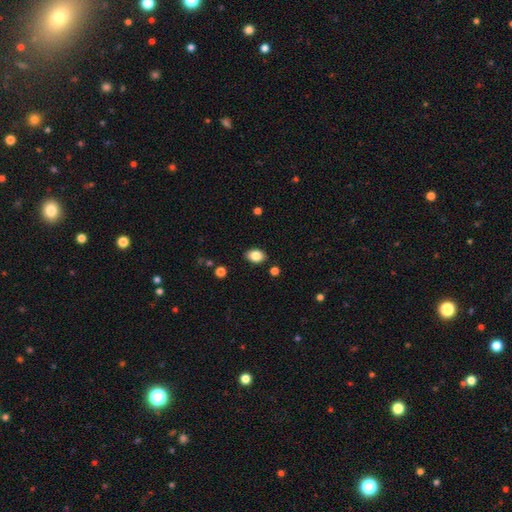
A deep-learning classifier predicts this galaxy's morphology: type=smooth (85%); roundness=in between (81%); merging=none (87%).